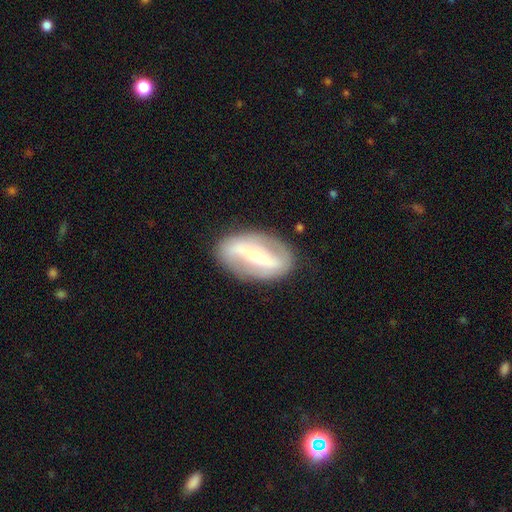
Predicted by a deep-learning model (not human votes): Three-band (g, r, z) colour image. It shows a featured or disk galaxy (71%) with a strong bar (71%), no spiral arms (53%) and a small central bulge (50%). Merging: none (82%).